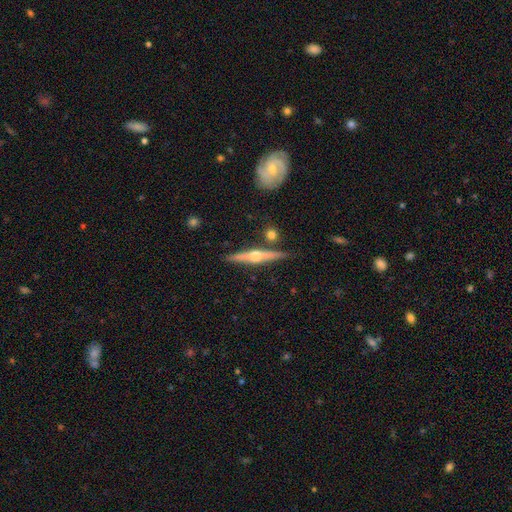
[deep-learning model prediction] Smooth or featured? Predicted: featured or disk (p=0.83). Edge-on disk? Predicted: yes (p=0.98). Edge-on bulge? Predicted: rounded (p=0.95). Merging? Predicted: none (p=0.85).